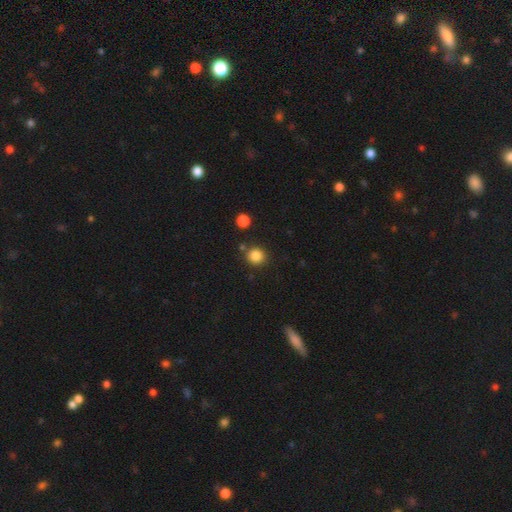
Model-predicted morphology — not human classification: smooth 85%, star or artifact 11%, featured or disk 4%. Down the decision tree: how rounded — round (91%); merging — none (82%).